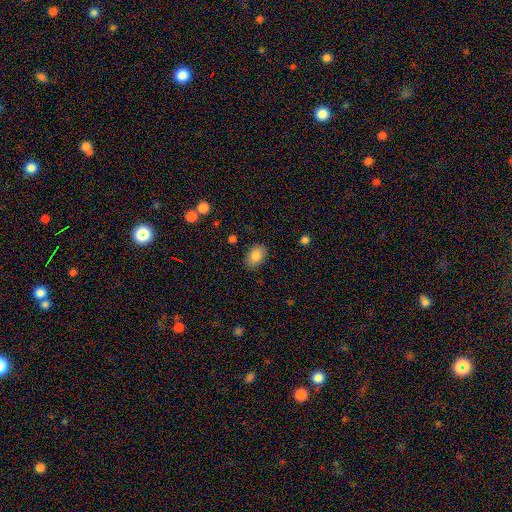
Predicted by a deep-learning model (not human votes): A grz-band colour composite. It shows a smooth galaxy with no disk features (86%) that is in between round and cigar-shaped (83%). Merging: none (84%).